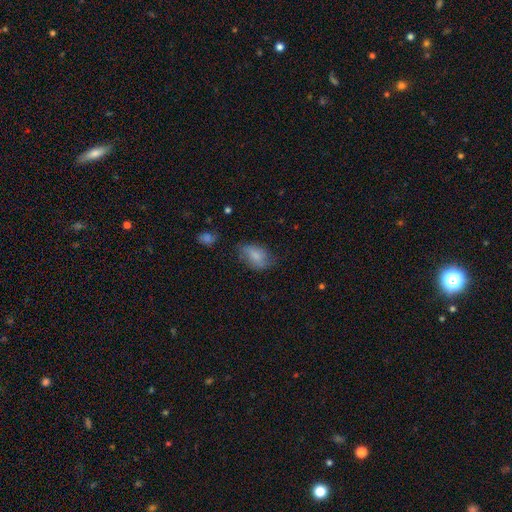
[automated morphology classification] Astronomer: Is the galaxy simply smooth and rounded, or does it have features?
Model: smooth — 73%.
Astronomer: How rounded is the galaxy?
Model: in between — 88%.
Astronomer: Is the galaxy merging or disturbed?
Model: none — 53% (runner-up: minor disturbance, 32%).